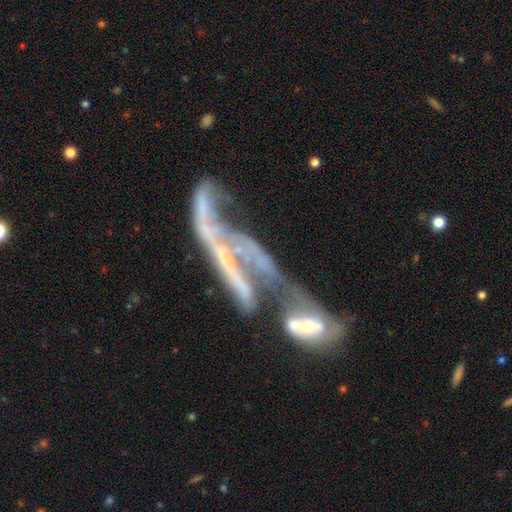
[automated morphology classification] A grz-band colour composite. It shows a featured or disk galaxy (71%) with no bar (66%), no spiral arms (54%) and no central bulge (52%). Merging: merger (63%).